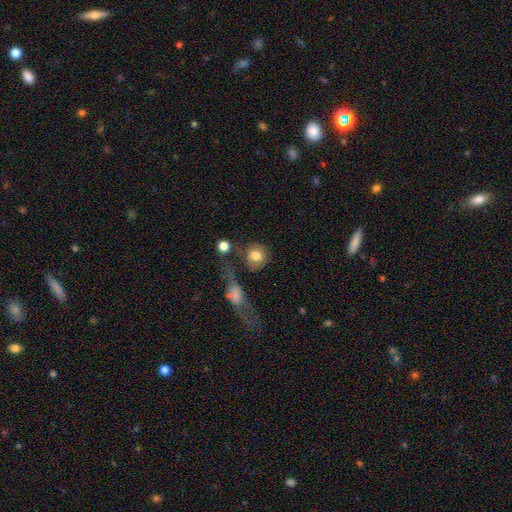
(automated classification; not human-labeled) Morphology: type=smooth (79%); roundness=round (83%); merging=none (61%).